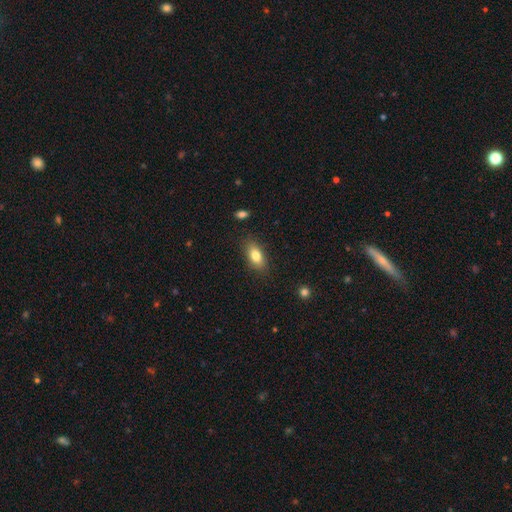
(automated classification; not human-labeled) A smooth galaxy with no disk features (81%) that is in between round and cigar-shaped (86%).

Vote fractions:
- Smooth or featured? smooth: 81% / featured or disk: 11% / star or artifact: 8%
- How rounded? in between: 86% / cigar-shaped: 8% / round: 6%
- Merging? none: 85% / minor disturbance: 11% / major disturbance: 3% / merger: 1%